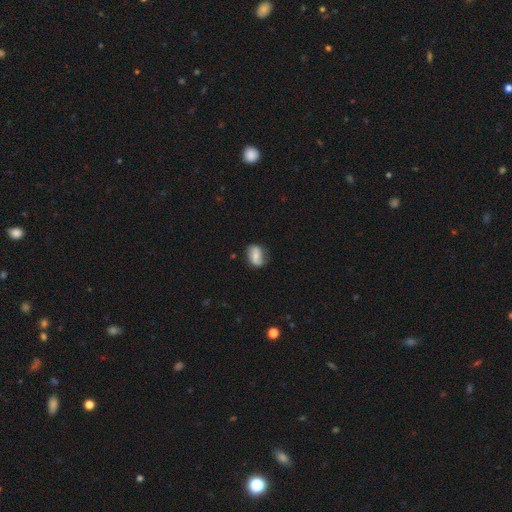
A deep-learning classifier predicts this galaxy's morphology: Smooth or featured? Predicted: featured or disk (p=0.52). Edge-on disk? Predicted: no (p=0.96). Merging? Predicted: none (p=0.68).